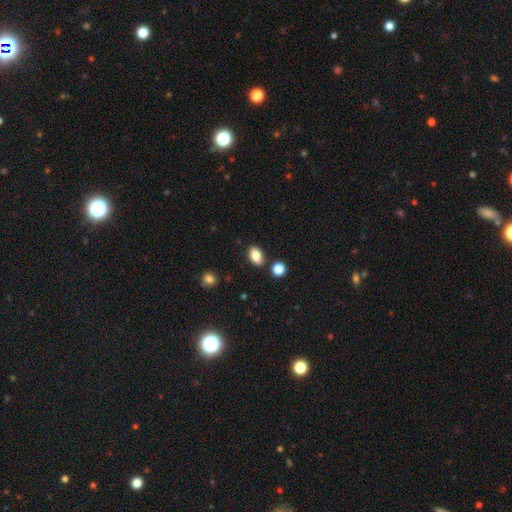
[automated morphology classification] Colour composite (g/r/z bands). It shows a smooth galaxy with no disk features (84%) that is in between round and cigar-shaped (86%). Merging: none (84%).